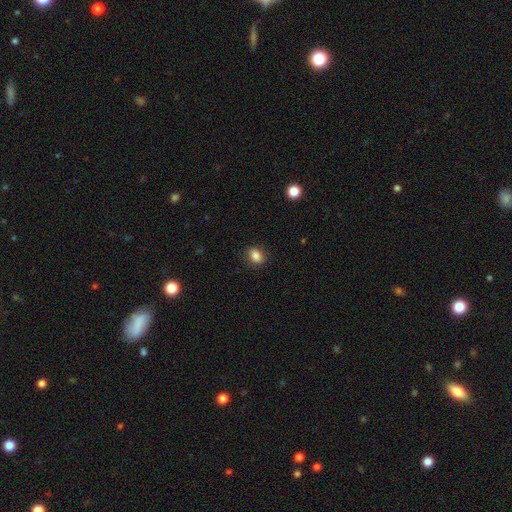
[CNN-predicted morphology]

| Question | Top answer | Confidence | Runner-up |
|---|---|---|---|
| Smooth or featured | smooth | 86% | star or artifact (9%) |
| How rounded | in between | 64% | round (34%) |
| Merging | none | 85% | minor disturbance (11%) |